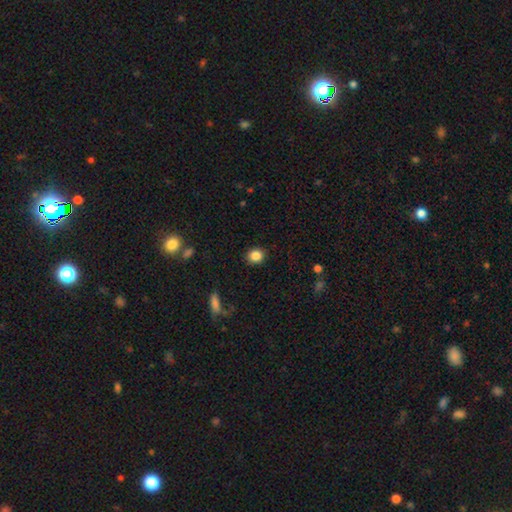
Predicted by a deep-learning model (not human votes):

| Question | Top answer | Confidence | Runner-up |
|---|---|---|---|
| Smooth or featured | smooth | 85% | star or artifact (10%) |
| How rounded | round | 78% | in between (21%) |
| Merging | none | 90% | minor disturbance (7%) |